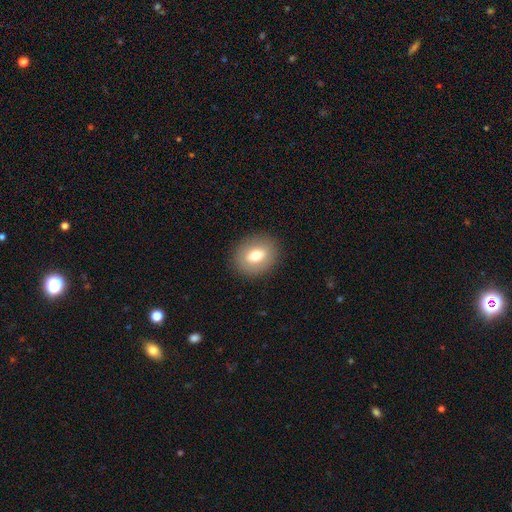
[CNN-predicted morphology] This is likely a smooth galaxy (70%). How rounded: possibly in between (51%). Merging: clearly none (88%).